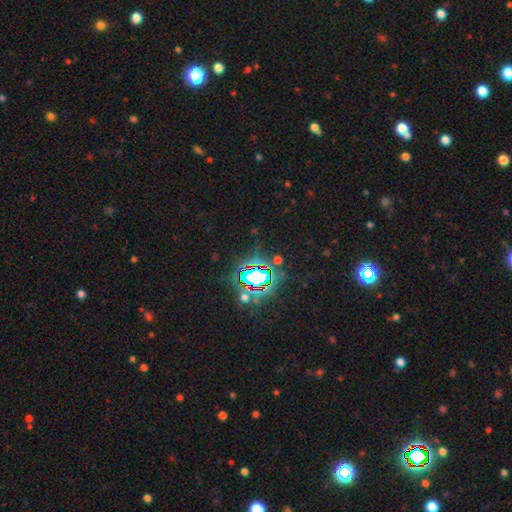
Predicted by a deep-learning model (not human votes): Smooth or featured: star or artifact — 82% (smooth — 10%)